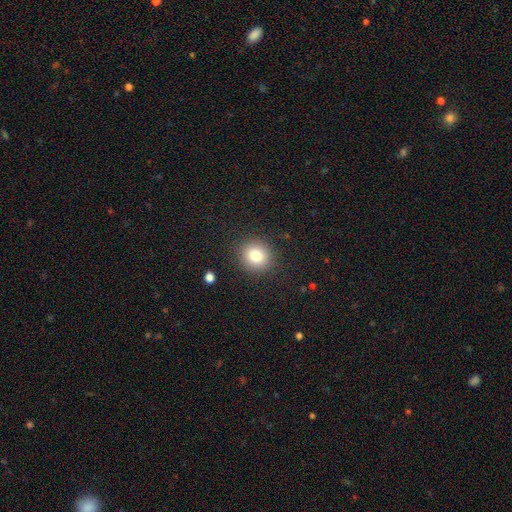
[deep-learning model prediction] Smooth or featured? smooth (81%)
How rounded? round (87%)
Merging? none (89%)